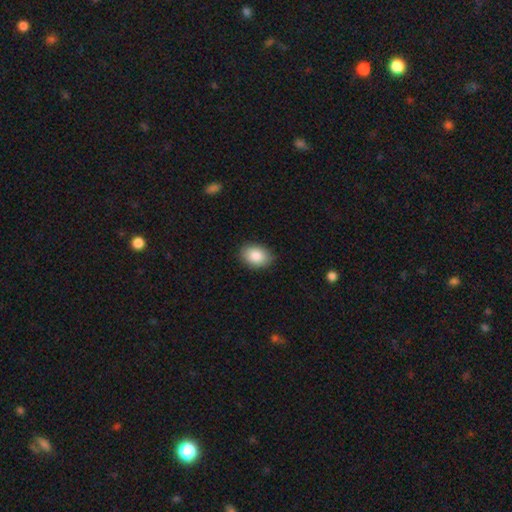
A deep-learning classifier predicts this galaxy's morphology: Smooth or featured? Predicted: smooth (p=0.87). How rounded? Predicted: in between (p=0.78). Merging? Predicted: none (p=0.88).